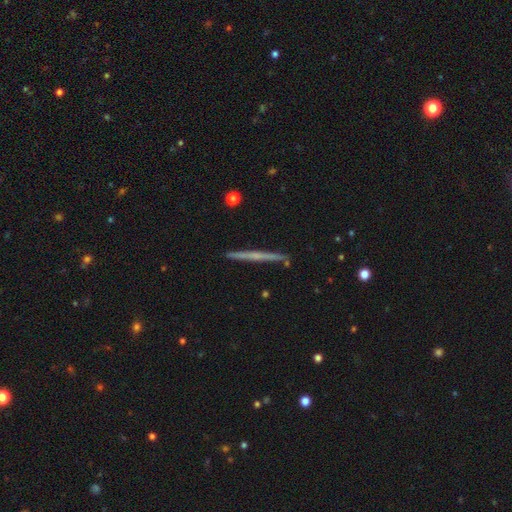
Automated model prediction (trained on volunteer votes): This appears to be a featured or disk galaxy (61%) viewed edge-on (98%) with no central bulge (77%). Merging: none (91%).